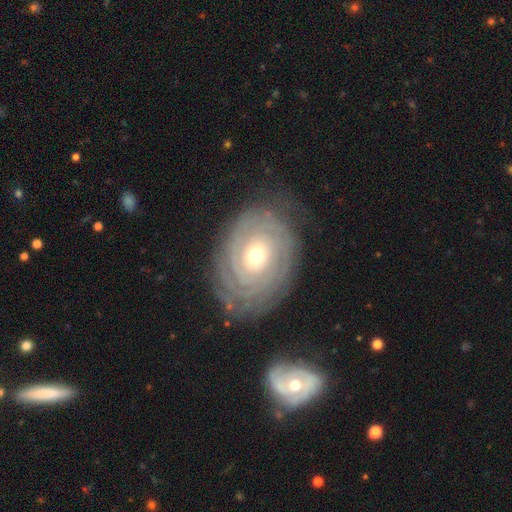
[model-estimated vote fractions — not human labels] This appears to be a featured or disk galaxy (85%) with no bar (78%), tight (88%) spiral arms (95%) and a moderate central bulge (61%). Merging: none (77%).